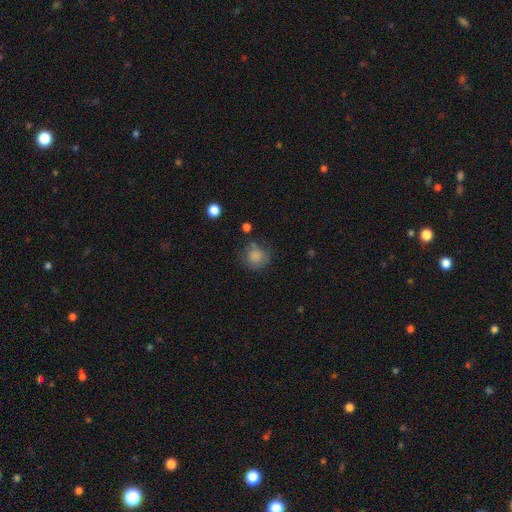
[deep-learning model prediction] Morphology: type=smooth (82%); roundness=round (85%); merging=none (66%).